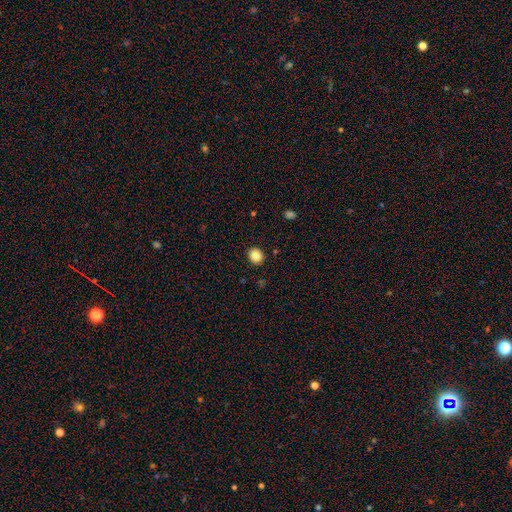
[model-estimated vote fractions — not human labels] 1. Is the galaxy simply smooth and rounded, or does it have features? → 86% smooth, 10% star or artifact, 4% featured or disk.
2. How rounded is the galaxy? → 75% round, 24% in between, 1% cigar-shaped.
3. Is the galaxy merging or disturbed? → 91% none, 6% minor disturbance, 2% major disturbance, 1% merger.